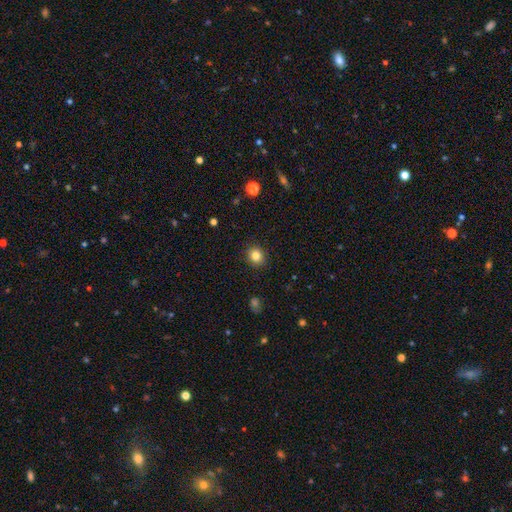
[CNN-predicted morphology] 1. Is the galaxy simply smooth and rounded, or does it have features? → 83% smooth, 11% star or artifact, 6% featured or disk.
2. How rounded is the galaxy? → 80% round, 19% in between, 1% cigar-shaped.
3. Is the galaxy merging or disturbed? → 90% none, 7% minor disturbance, 2% major disturbance, 1% merger.